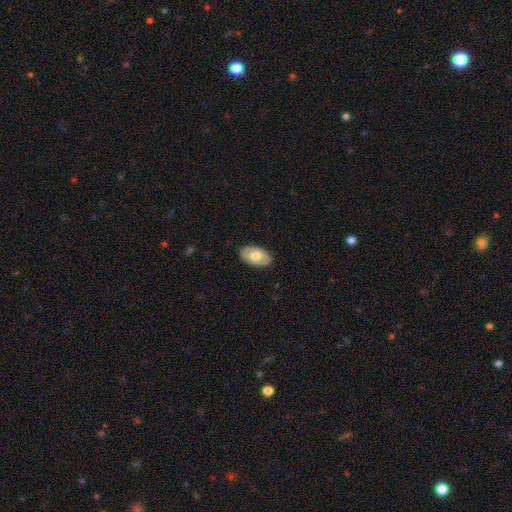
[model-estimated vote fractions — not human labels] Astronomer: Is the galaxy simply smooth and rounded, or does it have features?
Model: smooth — 67%.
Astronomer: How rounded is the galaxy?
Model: in between — 93%.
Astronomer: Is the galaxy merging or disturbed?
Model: none — 87%.